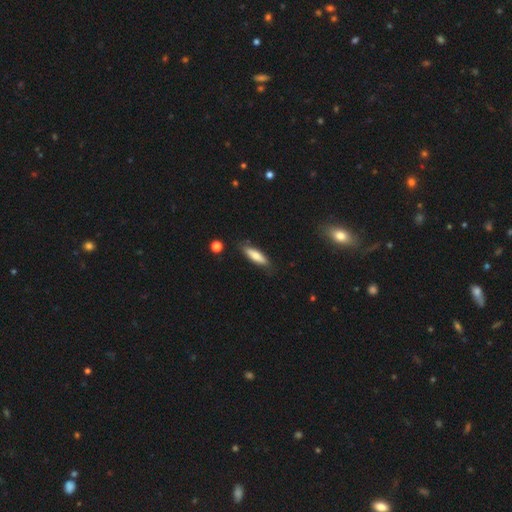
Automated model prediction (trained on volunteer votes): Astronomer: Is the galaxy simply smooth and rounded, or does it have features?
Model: smooth — 72%.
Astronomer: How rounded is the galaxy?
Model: cigar-shaped — 64%.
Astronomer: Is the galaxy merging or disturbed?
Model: none — 82%.